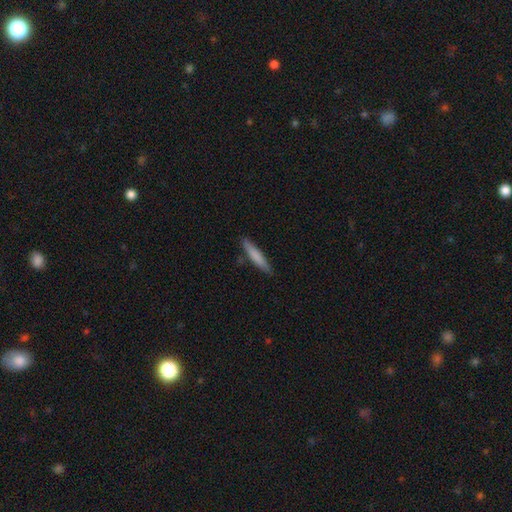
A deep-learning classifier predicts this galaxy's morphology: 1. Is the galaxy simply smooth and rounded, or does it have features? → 76% smooth, 19% featured or disk, 5% star or artifact.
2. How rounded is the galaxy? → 91% cigar-shaped, 8% in between, 1% round.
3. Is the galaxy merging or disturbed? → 85% none, 10% minor disturbance, 2% merger, 2% major disturbance.